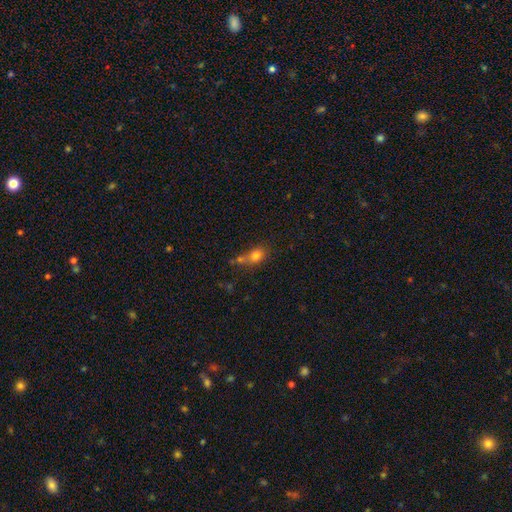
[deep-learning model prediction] Q: Smooth or featured?
A: smooth (76%); runner-up: star or artifact (13%)
Q: How rounded?
A: round (49%); runner-up: in between (48%)
Q: Merging?
A: none (39%); runner-up: merger (35%)